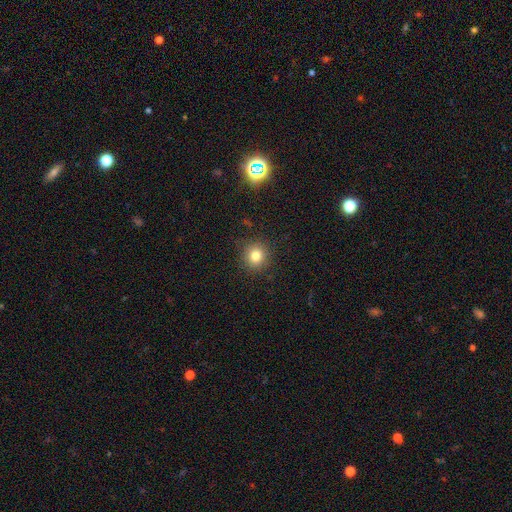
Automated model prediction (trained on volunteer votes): A smooth galaxy with no disk features (80%) that is round (92%).

Vote fractions:
- Smooth or featured? smooth: 80% / star or artifact: 13% / featured or disk: 7%
- How rounded? round: 92% / in between: 7% / cigar-shaped: 1%
- Merging? none: 90% / minor disturbance: 7% / major disturbance: 2% / merger: 1%